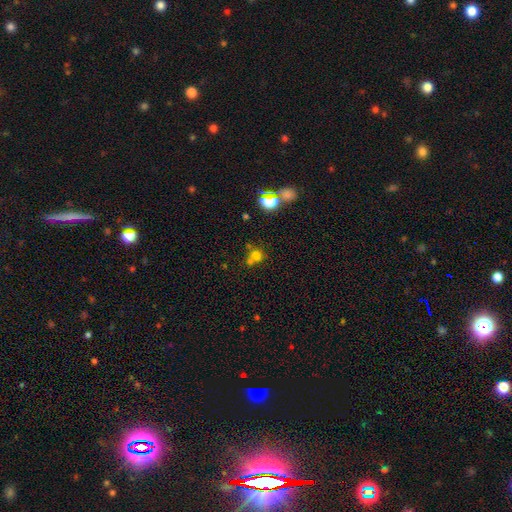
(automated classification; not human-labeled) smooth 66%, star or artifact 23%, featured or disk 11%. Down the decision tree: how rounded — round (84%); merging — none (50%).